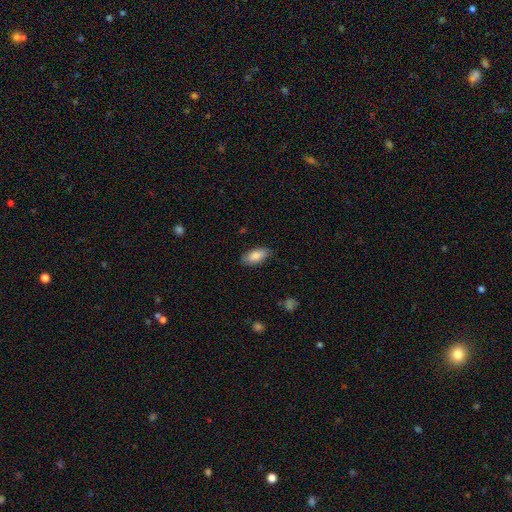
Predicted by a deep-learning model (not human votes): Smooth or featured? smooth (84%)
How rounded? in between (89%)
Merging? none (82%)